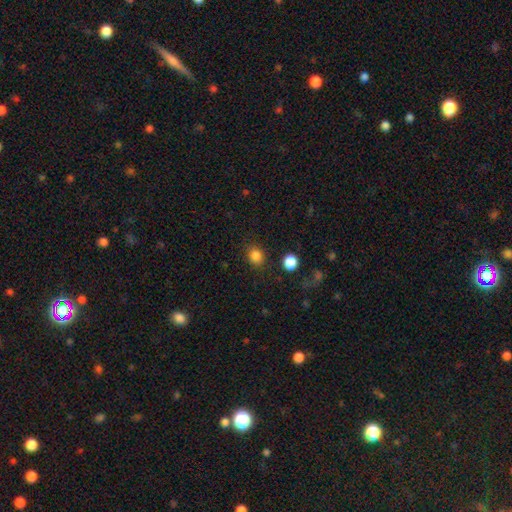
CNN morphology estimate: type=smooth (84%); roundness=round (74%); merging=none (85%).